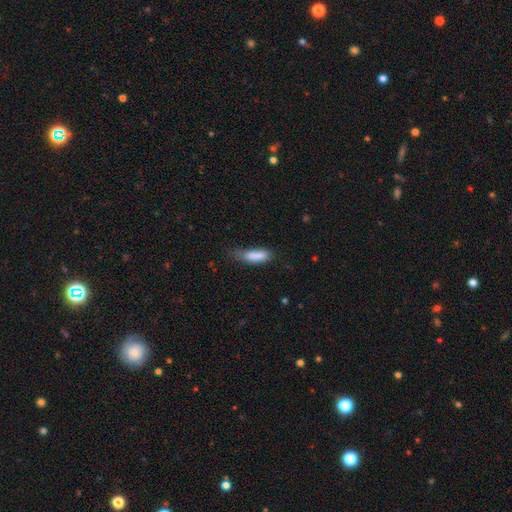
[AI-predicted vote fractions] smooth-or-featured: smooth: 83% | featured or disk: 9% | star or artifact: 7%
  how-rounded: in between: 57% | cigar-shaped: 41% | round: 2%
  merging: none: 41% | minor disturbance: 39% | major disturbance: 17% | merger: 3%